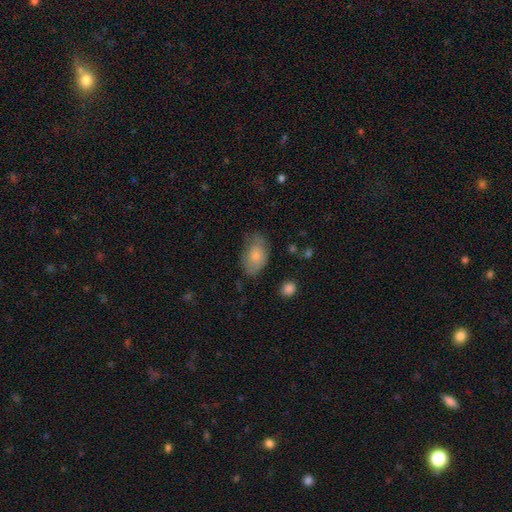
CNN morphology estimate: This is likely a smooth galaxy (74%). How rounded: clearly in between (88%). Merging: possibly none (55%).